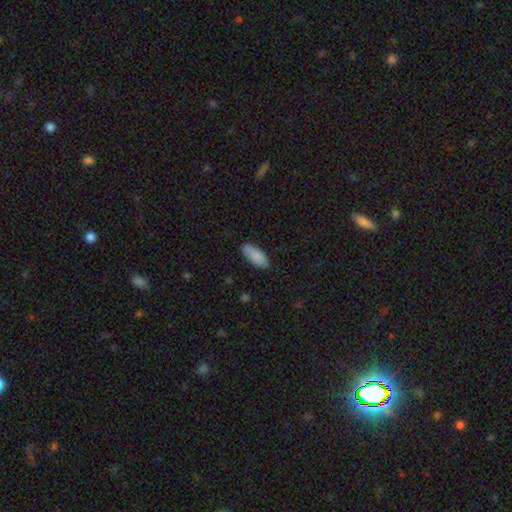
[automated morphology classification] This is clearly a smooth galaxy (89%). How rounded: clearly in between (85%). Merging: clearly none (85%).